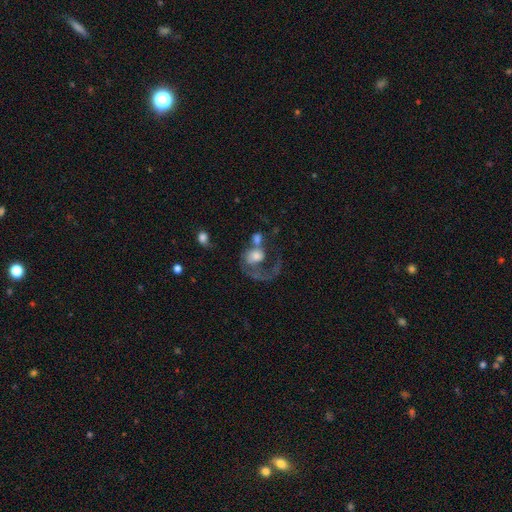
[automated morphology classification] Q: Smooth or featured?
A: featured or disk (53%); runner-up: smooth (38%)
Q: Edge-on disk?
A: no (97%); runner-up: yes (3%)
Q: Bar?
A: no (77%); runner-up: weak (19%)
Q: Spiral arms?
A: yes (67%); runner-up: no (33%)
Q: Bulge size?
A: moderate (43%); runner-up: large (25%)
Q: Merging?
A: merger (38%); runner-up: major disturbance (36%)